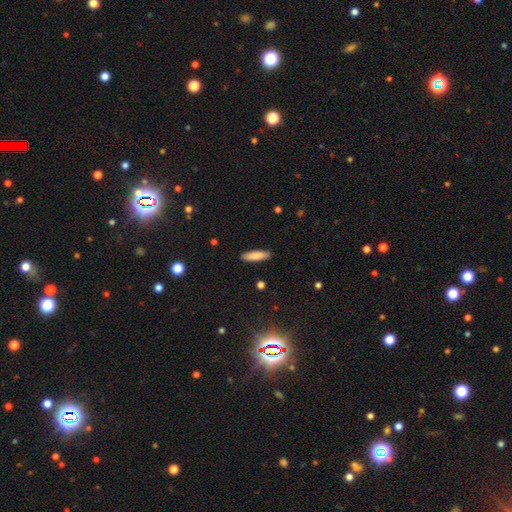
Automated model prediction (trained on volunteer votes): The model was most divided on "how rounded": cigar-shaped: 66%, in between: 32%, round: 2%. More confident: merging — none (90%); smooth or featured — smooth (84%).